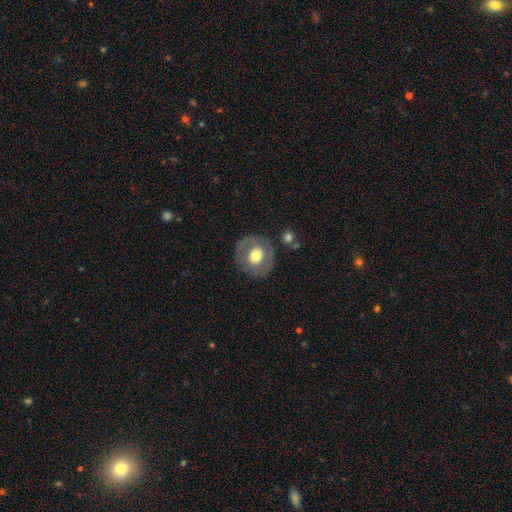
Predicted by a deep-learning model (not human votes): Smooth or featured? Predicted: smooth (p=0.48). Merging? Predicted: none (p=0.79).